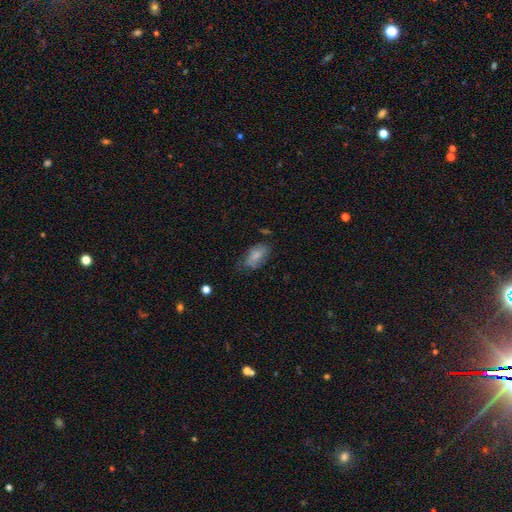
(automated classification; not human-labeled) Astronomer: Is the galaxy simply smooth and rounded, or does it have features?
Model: smooth — 73%.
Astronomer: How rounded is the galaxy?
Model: in between — 92%.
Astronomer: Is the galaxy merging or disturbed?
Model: none — 53% (runner-up: minor disturbance, 32%).